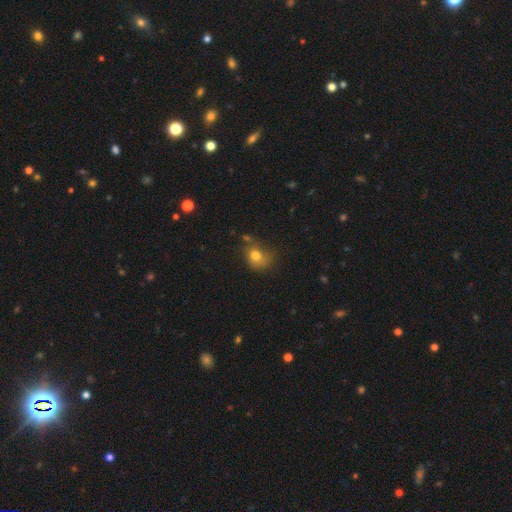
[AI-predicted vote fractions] Smooth or featured? Predicted: smooth (p=0.75). How rounded? Predicted: round (p=0.61). Merging? Predicted: none (p=0.48).